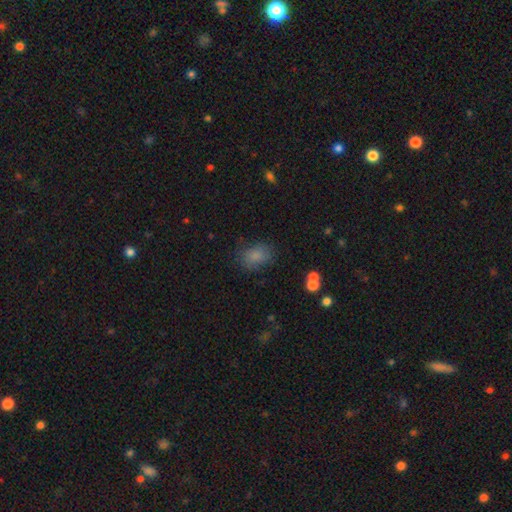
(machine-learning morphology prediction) A smooth galaxy with no disk features (81%) that is in between round and cigar-shaped (72%).

Vote fractions:
- Smooth or featured? smooth: 81% / star or artifact: 11% / featured or disk: 8%
- How rounded? in between: 72% / round: 27% / cigar-shaped: 1%
- Merging? none: 74% / minor disturbance: 18% / major disturbance: 6% / merger: 2%